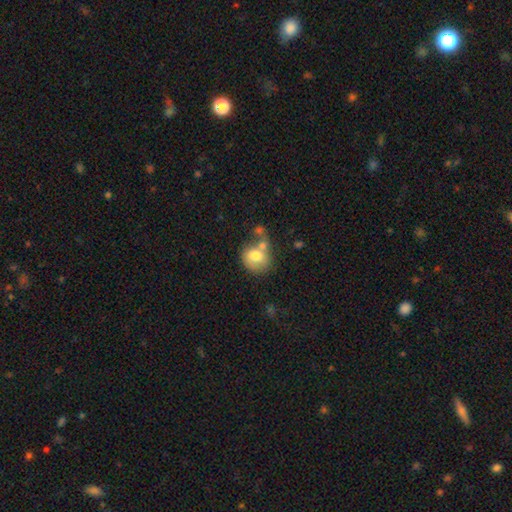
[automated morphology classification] A smooth galaxy with no disk features (73%) that is round (66%).

Vote fractions:
- Smooth or featured? smooth: 73% / featured or disk: 18% / star or artifact: 8%
- How rounded? round: 66% / in between: 33% / cigar-shaped: 1%
- Merging? merger: 37% (tied) / none: 37% (tied) / minor disturbance: 17% / major disturbance: 9%